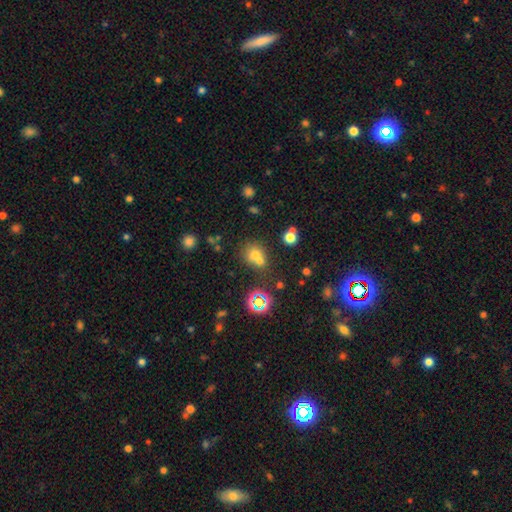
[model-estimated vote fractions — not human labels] This is likely a smooth galaxy (61%). How rounded: likely round (77%). Merging: possibly none (45%).